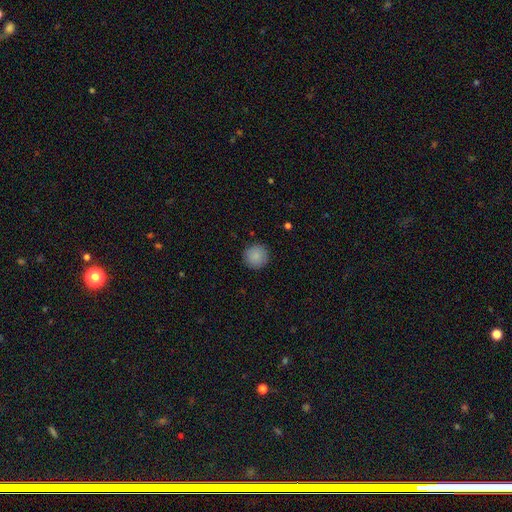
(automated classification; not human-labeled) smooth-or-featured: smooth: 88% | star or artifact: 8% | featured or disk: 4%
  how-rounded: round: 95% | in between: 4% | cigar-shaped: 1%
  merging: none: 91% | minor disturbance: 6% | major disturbance: 2% | merger: 1%